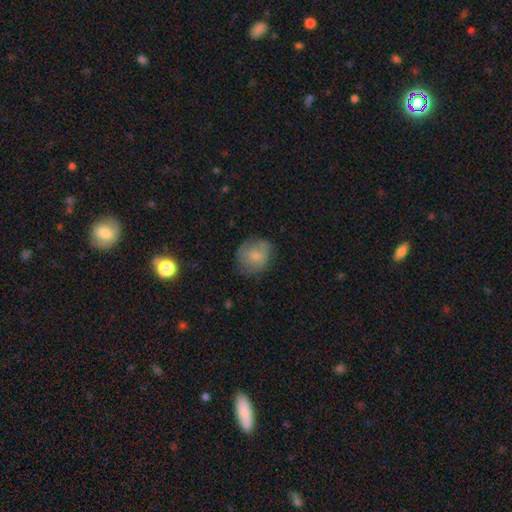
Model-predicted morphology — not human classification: Smooth or featured? smooth (65%)
How rounded? round (68%)
Merging? none (65%)